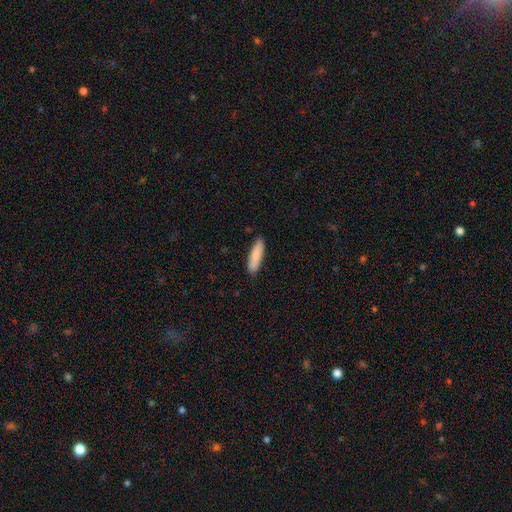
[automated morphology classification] Smooth or featured? Predicted: smooth (p=0.85). How rounded? Predicted: cigar-shaped (p=0.65). Merging? Predicted: none (p=0.86).